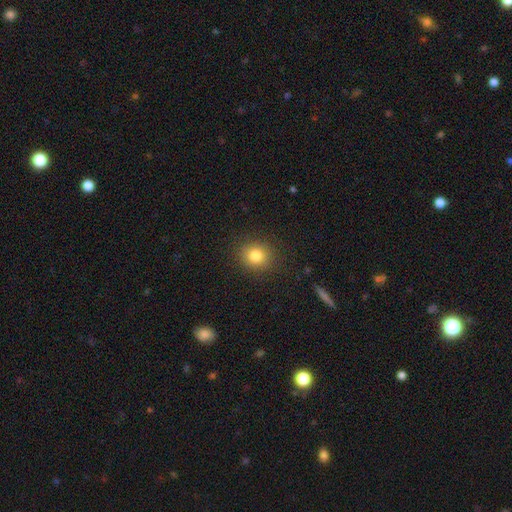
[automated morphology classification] Smooth or featured: smooth — 81% (star or artifact — 12%)
How rounded: round — 82% (in between — 17%)
Merging: none — 88% (minor disturbance — 8%)